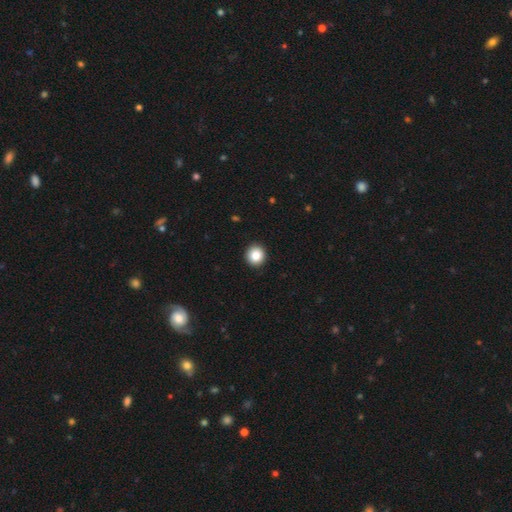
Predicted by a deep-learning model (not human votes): smooth-or-featured: smooth: 85% | star or artifact: 9% | featured or disk: 6%
  how-rounded: round: 94% | in between: 5% | cigar-shaped: 1%
  merging: none: 93% | minor disturbance: 4% | major disturbance: 1% | merger: 1%